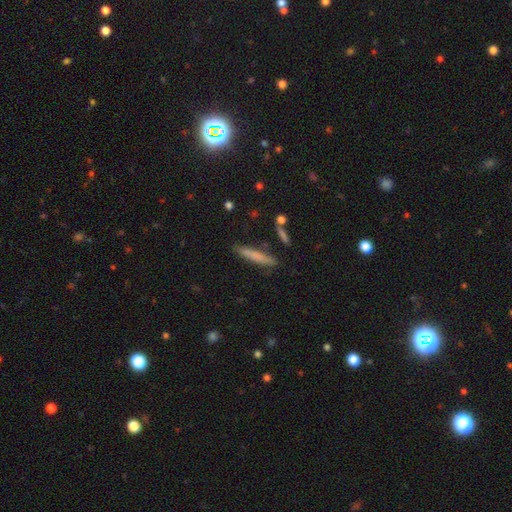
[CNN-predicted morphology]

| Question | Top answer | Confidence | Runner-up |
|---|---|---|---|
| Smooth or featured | smooth | 71% | featured or disk (22%) |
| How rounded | cigar-shaped | 93% | in between (5%) |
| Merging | none | 84% | minor disturbance (11%) |